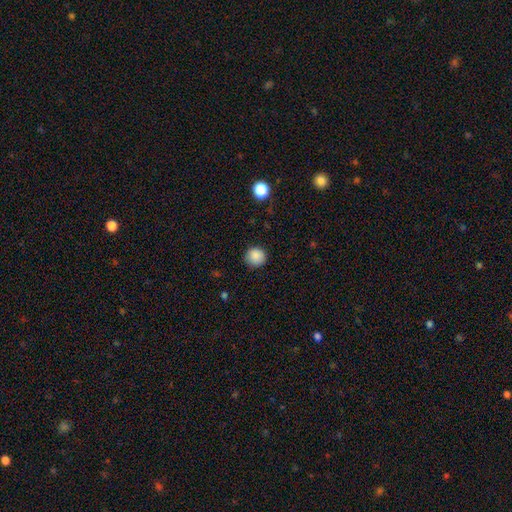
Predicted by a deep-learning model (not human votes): A smooth galaxy with no disk features (87%) that is round (91%). Merging: none (87%).